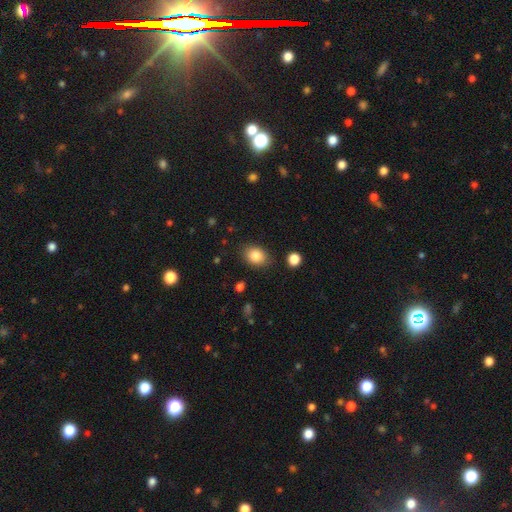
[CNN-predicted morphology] smooth-or-featured: smooth: 84% | star or artifact: 9% | featured or disk: 7%
  how-rounded: in between: 68% | round: 31% | cigar-shaped: 1%
  merging: none: 85% | minor disturbance: 11% | major disturbance: 3% | merger: 2%